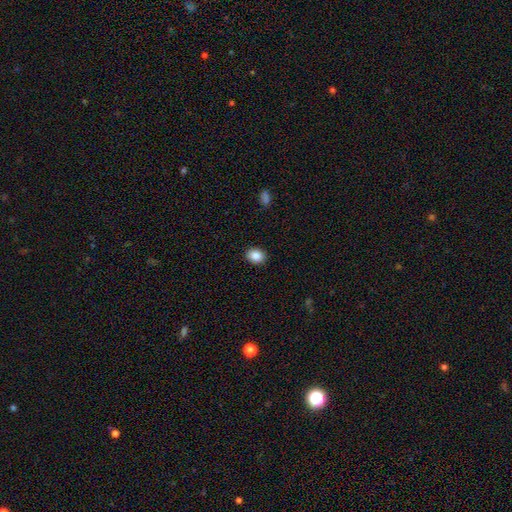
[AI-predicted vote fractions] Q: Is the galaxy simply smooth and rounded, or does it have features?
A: smooth — 87%.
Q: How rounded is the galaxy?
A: in between — 51%.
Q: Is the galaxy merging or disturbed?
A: none — 91%.